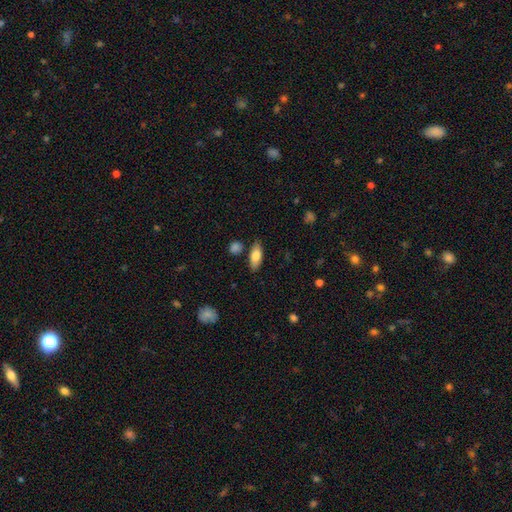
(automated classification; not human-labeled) smooth_or_featured: smooth (p=0.77) [alt: featured or disk p=0.17]
how_rounded: in between (p=0.76) [alt: cigar-shaped p=0.21]
merging: none (p=0.80) [alt: minor disturbance p=0.13]